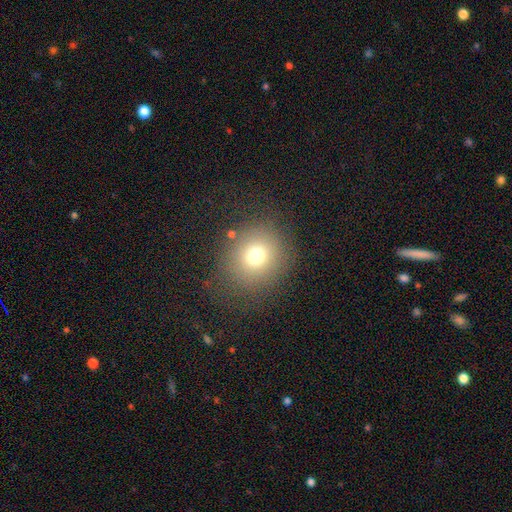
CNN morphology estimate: This appears to be a smooth galaxy with no disk features (72%) that is round (85%). Merging: none (79%).